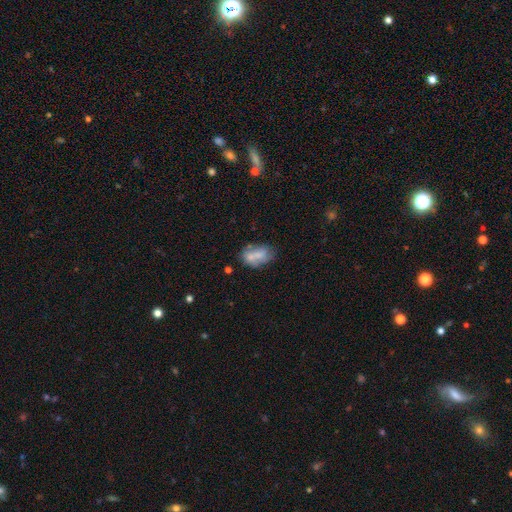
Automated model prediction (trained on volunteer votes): A smooth galaxy with no disk features (64%) that is in between round and cigar-shaped (87%).

Vote fractions:
- Smooth or featured? smooth: 64% / featured or disk: 27% / star or artifact: 9%
- How rounded? in between: 87% / round: 10% / cigar-shaped: 3%
- Merging? none: 47% / minor disturbance: 23% / merger: 20% / major disturbance: 10%